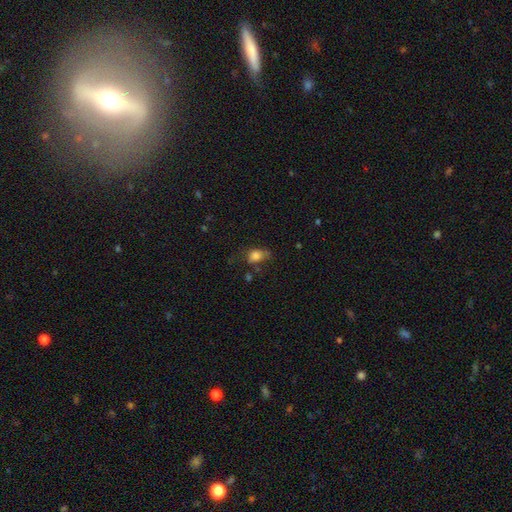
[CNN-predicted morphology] smooth-or-featured: smooth: 78% | featured or disk: 12% | star or artifact: 10%
  how-rounded: in between: 75% | round: 22% | cigar-shaped: 3%
  merging: none: 42% | minor disturbance: 33% | major disturbance: 21% | merger: 4%